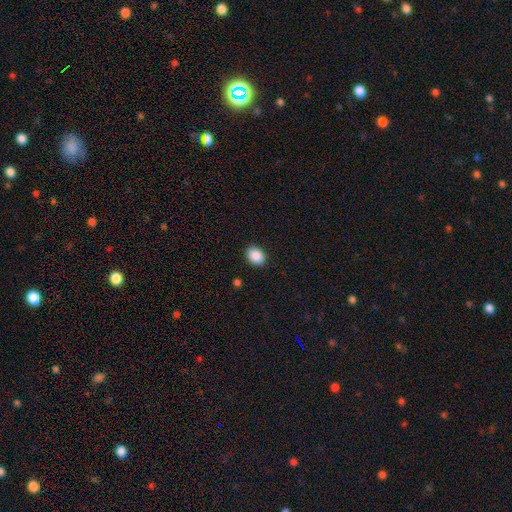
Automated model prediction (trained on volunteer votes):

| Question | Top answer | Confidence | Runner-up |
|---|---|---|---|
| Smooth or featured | smooth | 88% | star or artifact (8%) |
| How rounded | in between | 59% | round (40%) |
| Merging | none | 90% | minor disturbance (7%) |